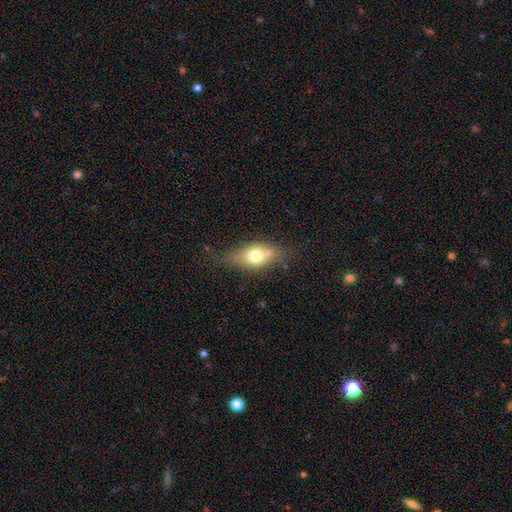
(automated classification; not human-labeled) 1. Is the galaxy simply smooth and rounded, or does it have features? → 66% smooth, 26% featured or disk, 8% star or artifact.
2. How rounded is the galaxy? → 77% in between, 12% round, 11% cigar-shaped.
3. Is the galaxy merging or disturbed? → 59% none, 25% minor disturbance, 8% major disturbance, 8% merger.